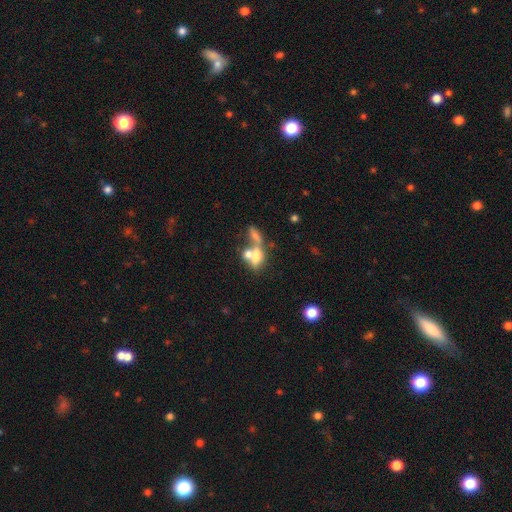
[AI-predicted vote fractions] The model was most divided on "smooth or featured": smooth: 60%, featured or disk: 27%, star or artifact: 12%. More confident: how rounded — in between (73%); merging — merger (60%).